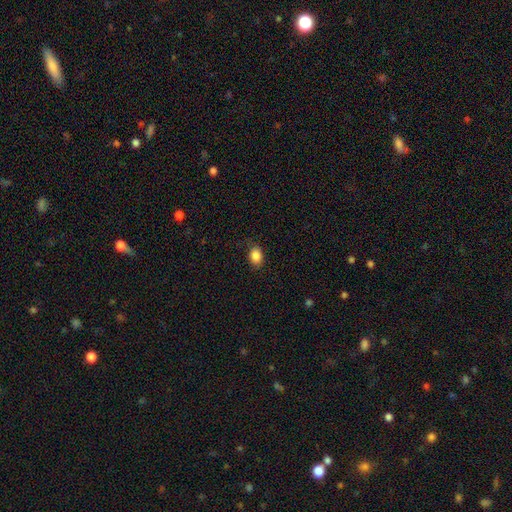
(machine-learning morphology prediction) Smooth or featured? smooth (87%)
How rounded? in between (71%)
Merging? none (82%)